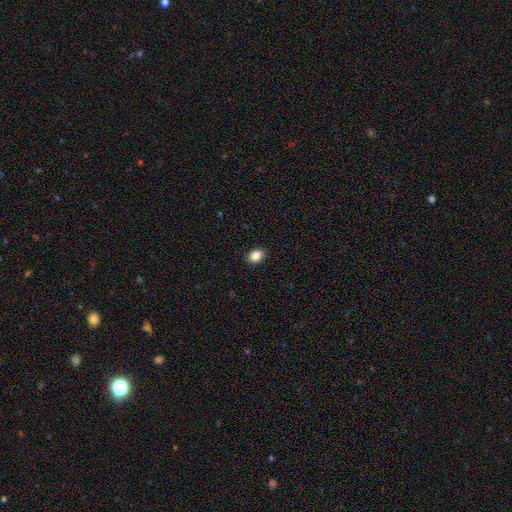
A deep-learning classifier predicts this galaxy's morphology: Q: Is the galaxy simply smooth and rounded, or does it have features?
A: smooth — 86%.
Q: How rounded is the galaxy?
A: in between — 68%.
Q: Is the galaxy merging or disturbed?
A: none — 90%.